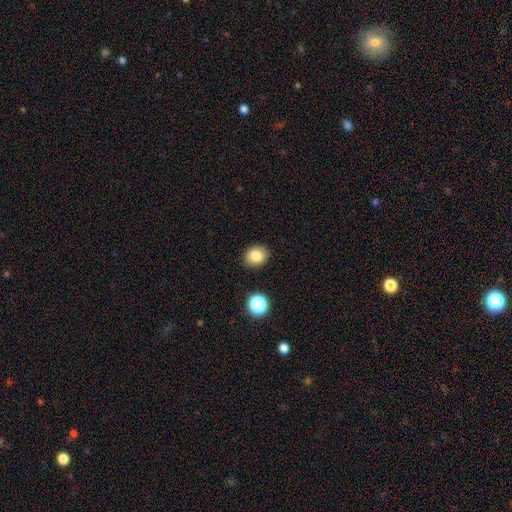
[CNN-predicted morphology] The model was most divided on "how rounded": round: 60%, in between: 39%, cigar-shaped: 1%. More confident: merging — none (87%); smooth or featured — smooth (83%).